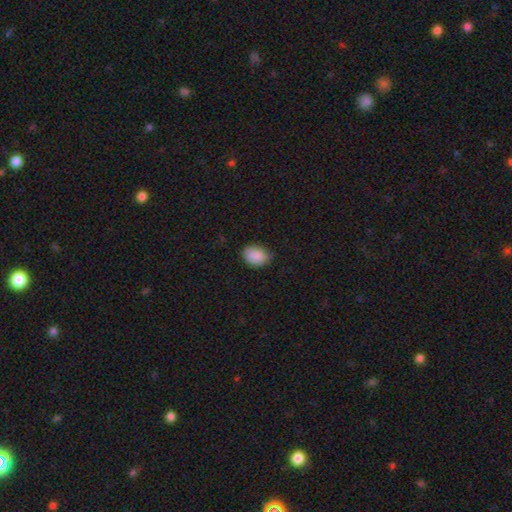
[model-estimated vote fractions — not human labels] Smooth or featured: smooth — 88% (star or artifact — 7%)
How rounded: in between — 73% (round — 26%)
Merging: none — 76% (minor disturbance — 20%)